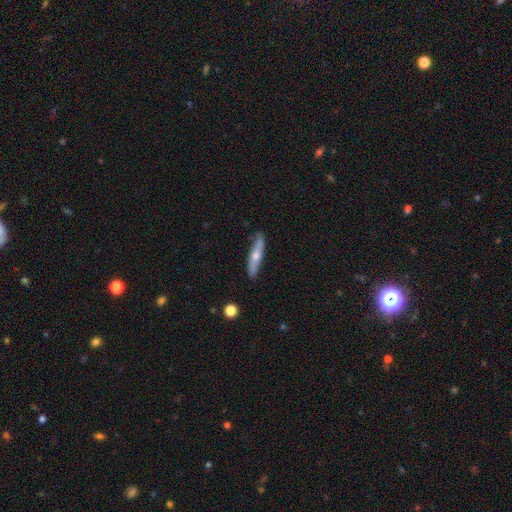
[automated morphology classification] Smooth or featured?
  - featured or disk: 51% *
  - smooth: 43%
  - star or artifact: 6%
Edge-on disk?
  - yes: 83% *
  - no: 17%
Merging?
  - none: 84% *
  - minor disturbance: 12%
  - major disturbance: 2%
  - merger: 1%